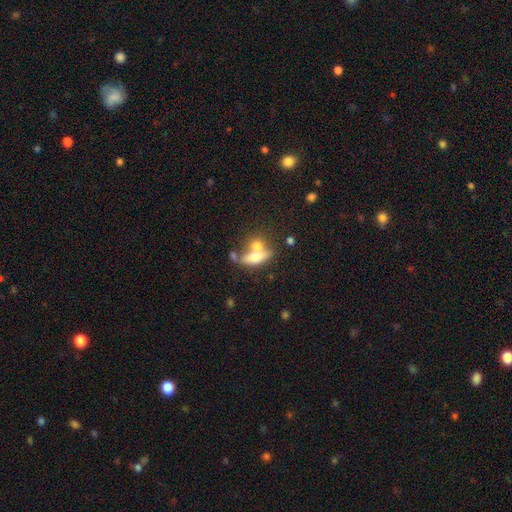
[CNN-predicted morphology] Smooth or featured? Predicted: smooth (p=0.59). How rounded? Predicted: in between (p=0.61). Merging? Predicted: merger (p=0.48).